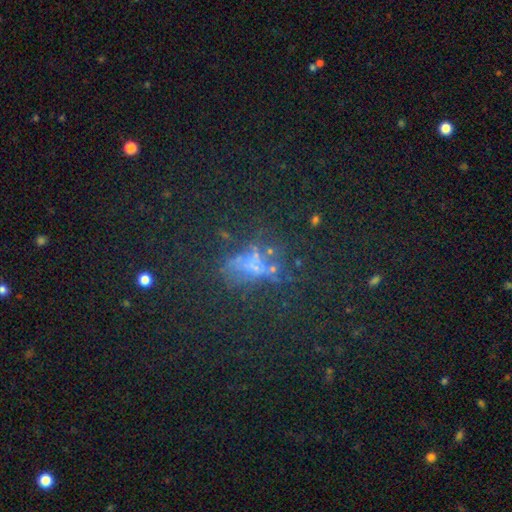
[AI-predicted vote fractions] Smooth or featured?
  - star or artifact: 44% *
  - smooth: 34%
  - featured or disk: 22%